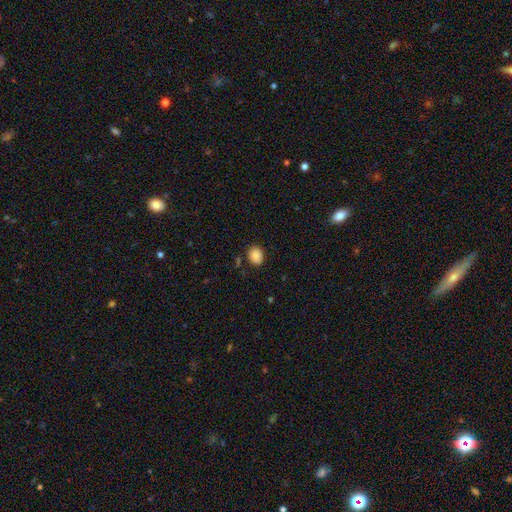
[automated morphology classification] smooth-or-featured: smooth: 86% | star or artifact: 9% | featured or disk: 4%
  how-rounded: in between: 54% | round: 46% | cigar-shaped: 1%
  merging: none: 82% | minor disturbance: 12% | major disturbance: 3% | merger: 3%